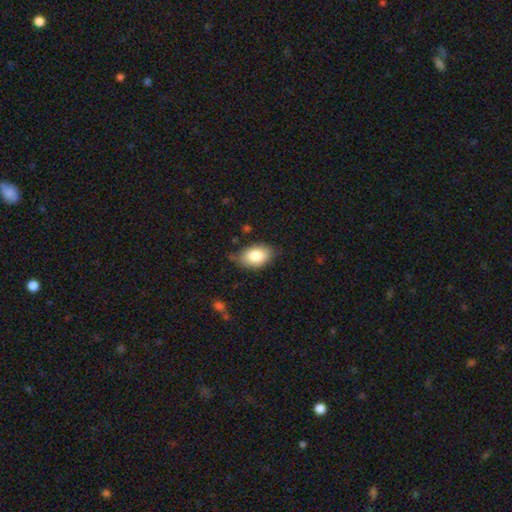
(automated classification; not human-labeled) Smooth or featured: smooth — 84% (featured or disk — 9%)
How rounded: in between — 90% (round — 9%)
Merging: none — 75% (minor disturbance — 20%)